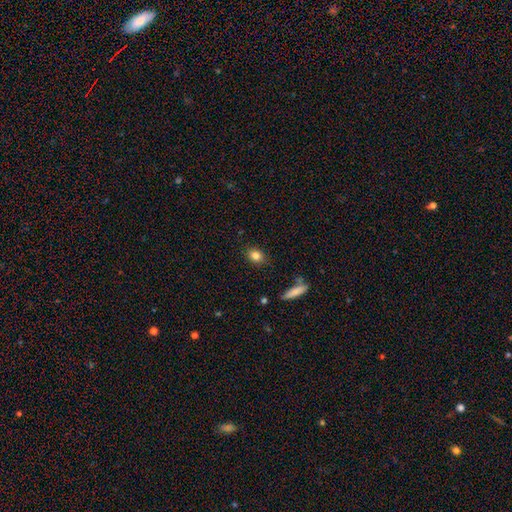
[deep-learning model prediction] Morphology: type=smooth (83%); roundness=in between (54%); merging=none (84%).